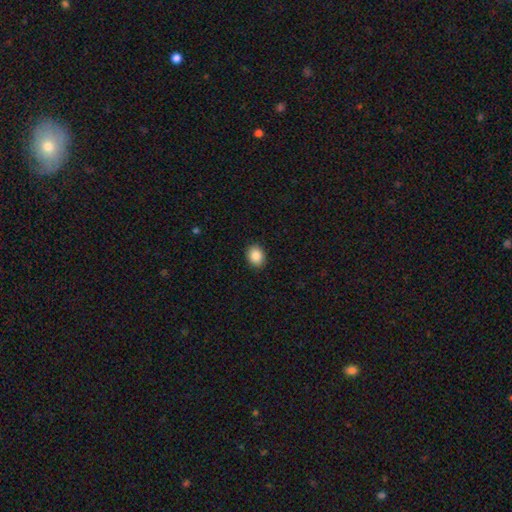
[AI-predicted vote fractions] Q: Smooth or featured?
A: smooth (88%); runner-up: star or artifact (8%)
Q: How rounded?
A: in between (57%); runner-up: round (42%)
Q: Merging?
A: none (90%); runner-up: minor disturbance (7%)